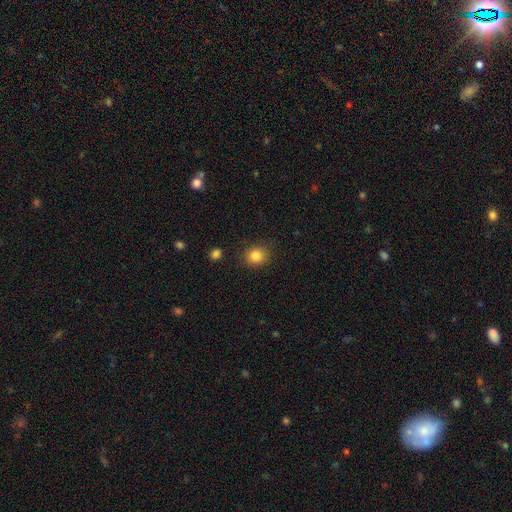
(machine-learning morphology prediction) Overall: smooth (85%). How rounded: round (75%). Merging: none (86%).